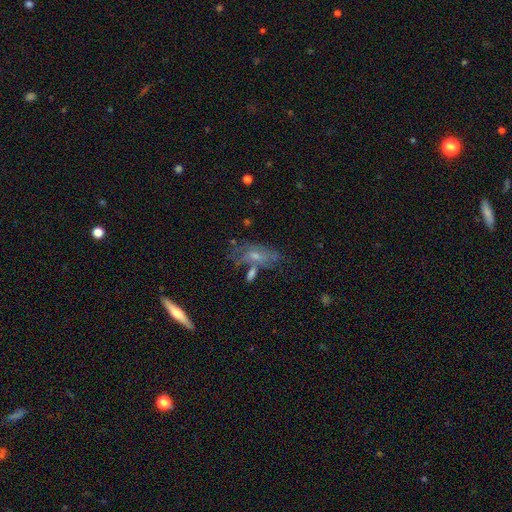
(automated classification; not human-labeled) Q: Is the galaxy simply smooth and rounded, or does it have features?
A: featured or disk — 51%.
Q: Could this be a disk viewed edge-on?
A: no — 77%.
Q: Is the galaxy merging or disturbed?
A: none — 50%.